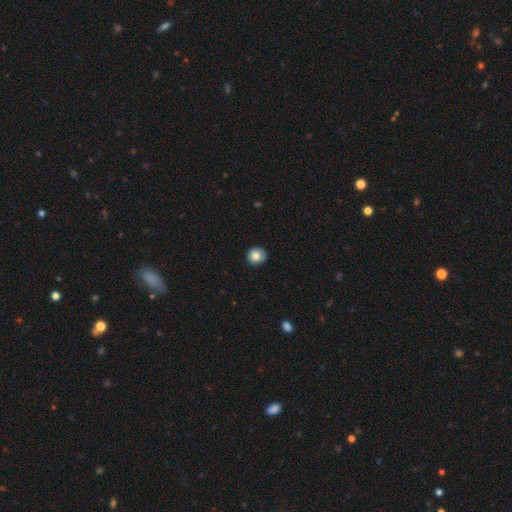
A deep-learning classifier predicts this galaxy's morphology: smooth 80%, featured or disk 12%, star or artifact 9%. Down the decision tree: how rounded — round (87%); merging — none (81%).